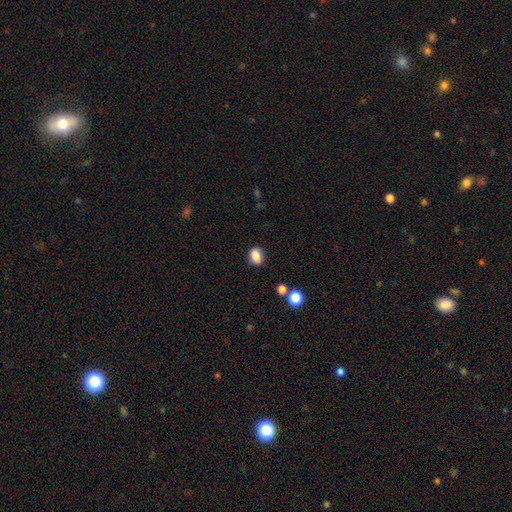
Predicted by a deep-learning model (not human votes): Smooth or featured?
  - smooth: 86% *
  - star or artifact: 9%
  - featured or disk: 4%
How rounded?
  - in between: 74% *
  - round: 24%
  - cigar-shaped: 2%
Merging?
  - none: 84% *
  - minor disturbance: 11%
  - major disturbance: 3%
  - merger: 3%